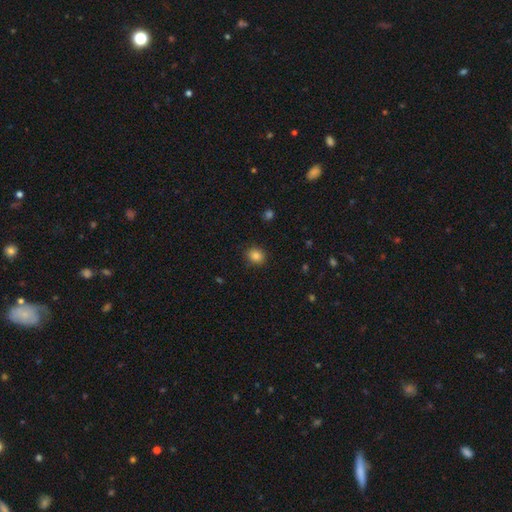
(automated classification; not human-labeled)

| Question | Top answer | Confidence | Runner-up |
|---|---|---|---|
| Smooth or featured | smooth | 85% | star or artifact (11%) |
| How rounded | round | 74% | in between (25%) |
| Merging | none | 89% | minor disturbance (7%) |